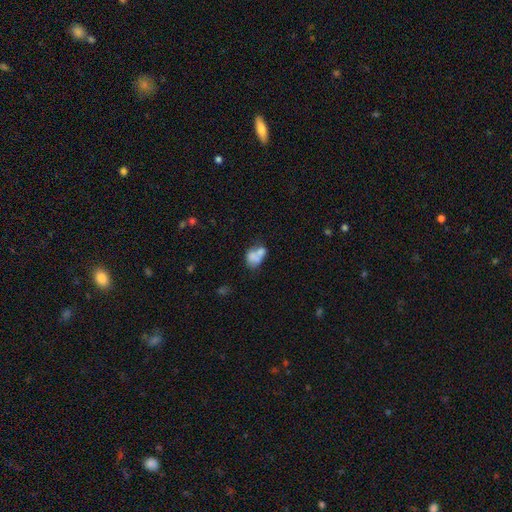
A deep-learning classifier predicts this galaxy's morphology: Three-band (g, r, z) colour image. It shows a smooth galaxy with no disk features (61%) that is in between round and cigar-shaped (68%). Merging: merger (57%).